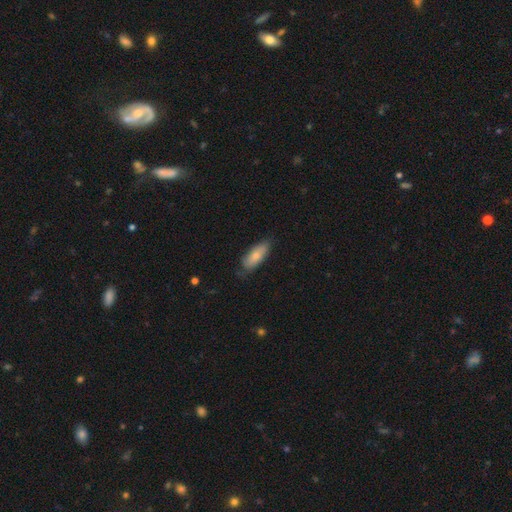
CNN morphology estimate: type=smooth (78%); roundness=in between (77%); merging=none (71%).